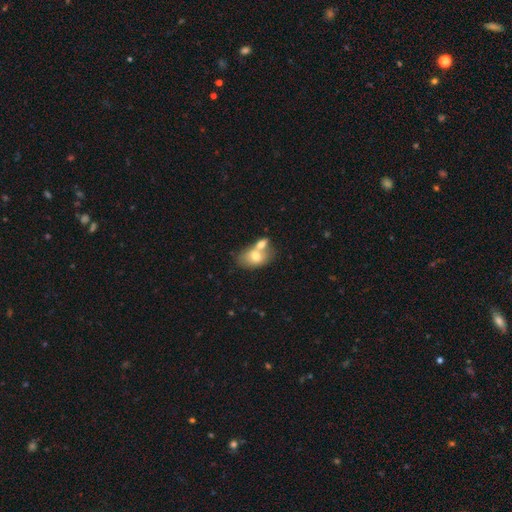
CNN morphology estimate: Smooth or featured?
  - smooth: 68% *
  - featured or disk: 24%
  - star or artifact: 8%
How rounded?
  - in between: 82% *
  - round: 17%
  - cigar-shaped: 2%
Merging?
  - merger: 61% *
  - none: 26%
  - minor disturbance: 9%
  - major disturbance: 4%